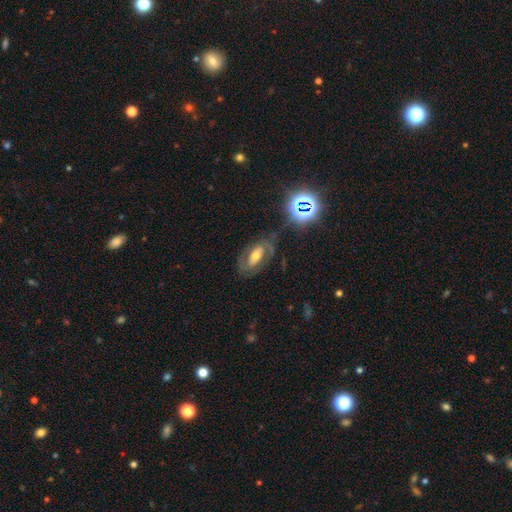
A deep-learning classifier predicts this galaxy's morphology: featured or disk 61%, smooth 24%, star or artifact 15%. Down the decision tree: edge-on disk — no (91%); bar — no (41%); spiral arms — yes (69%); bulge size — moderate (61%); merging — none (63%).